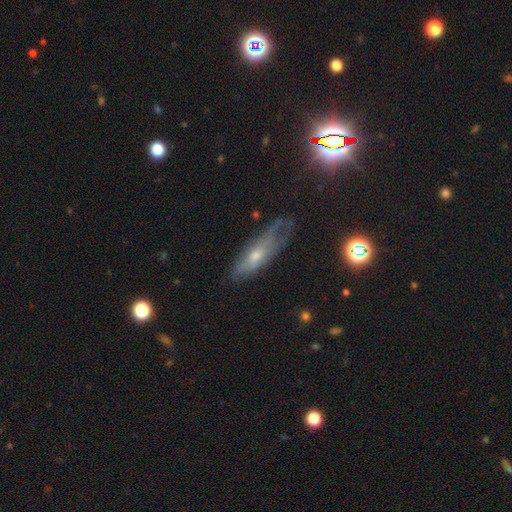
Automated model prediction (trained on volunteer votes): This appears to be a featured or disk galaxy (52%). Merging: none (44%).